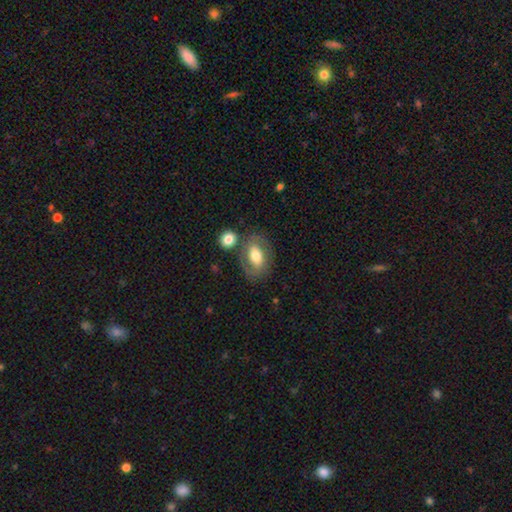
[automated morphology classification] Q: Smooth or featured?
A: smooth (56%); runner-up: featured or disk (36%)
Q: How rounded?
A: in between (82%); runner-up: round (16%)
Q: Merging?
A: none (63%); runner-up: minor disturbance (16%)